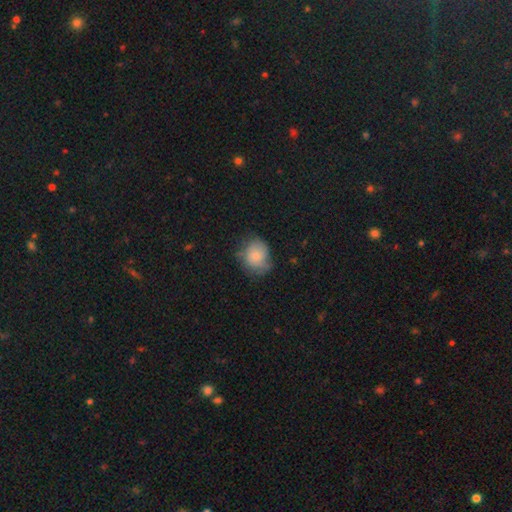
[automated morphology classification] Overall: smooth (71%). How rounded: round (65%; in between 34%). Merging: none (51%; minor disturbance 34%).